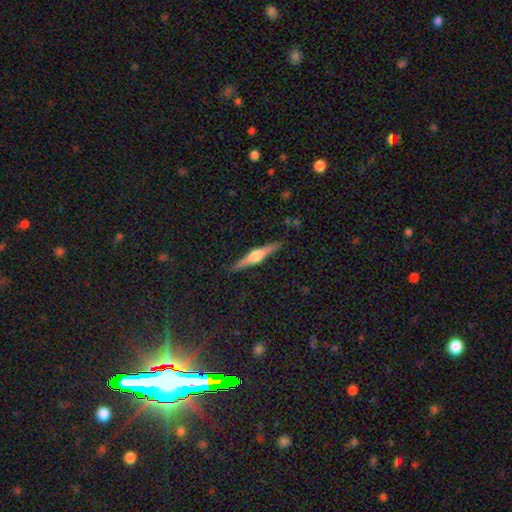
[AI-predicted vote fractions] The model was most divided on "smooth or featured": featured or disk: 72%, smooth: 22%, star or artifact: 6%. More confident: edge-on disk — yes (98%); merging — none (89%); edge-on bulge — rounded (86%).